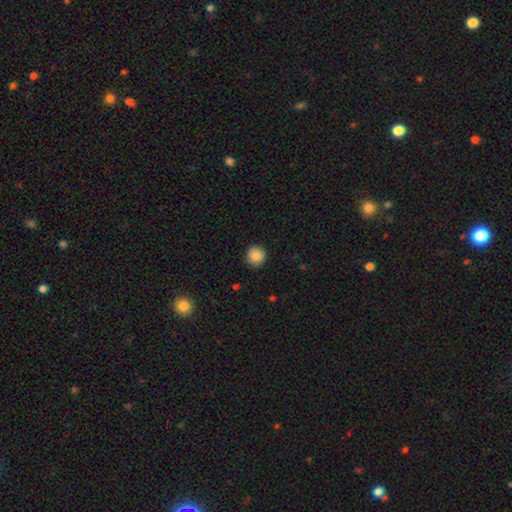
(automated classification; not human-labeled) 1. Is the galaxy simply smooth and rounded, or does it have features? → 88% smooth, 9% star or artifact, 4% featured or disk.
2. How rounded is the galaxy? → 94% round, 5% in between, 1% cigar-shaped.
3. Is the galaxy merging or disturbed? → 90% none, 8% minor disturbance, 2% major disturbance, 1% merger.